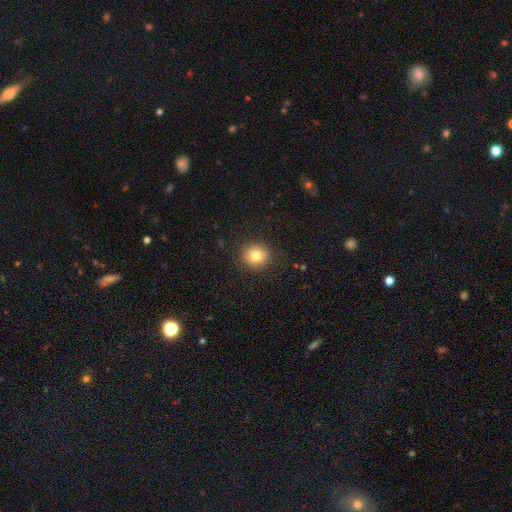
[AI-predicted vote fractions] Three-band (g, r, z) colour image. It shows a smooth galaxy with no disk features (81%) that is round (87%). Merging: none (90%).